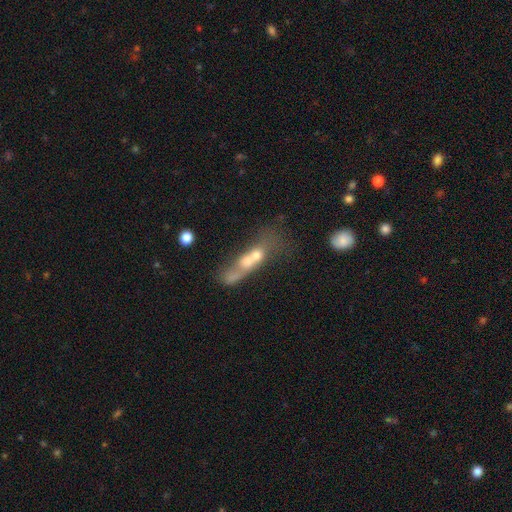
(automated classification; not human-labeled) Smooth or featured? smooth (42%)
Merging? merger (52%)